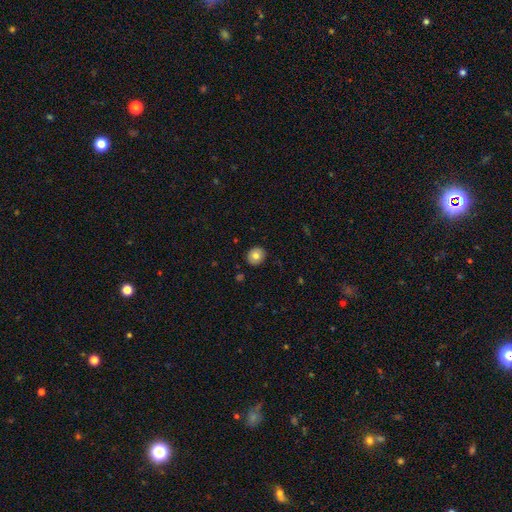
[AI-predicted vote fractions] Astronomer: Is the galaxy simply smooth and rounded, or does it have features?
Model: smooth — 77%.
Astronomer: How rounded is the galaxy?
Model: round — 83%.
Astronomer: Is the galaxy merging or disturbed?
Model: none — 90%.